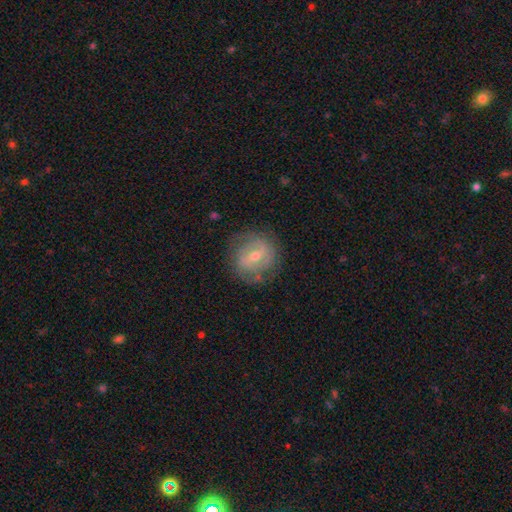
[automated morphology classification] Smooth or featured?
  - featured or disk: 69% *
  - smooth: 24%
  - star or artifact: 7%
Edge-on disk?
  - no: 96% *
  - yes: 4%
Bar?
  - weak: 50% *
  - strong: 29%
  - no: 21%
Spiral arms?
  - yes: 71% *
  - no: 29%
Bulge size?
  - moderate: 52% *
  - small: 44%
  - large: 2%
  - none: 1%
  - dominant: 1%
Merging?
  - none: 75% *
  - minor disturbance: 16%
  - major disturbance: 7%
  - merger: 1%